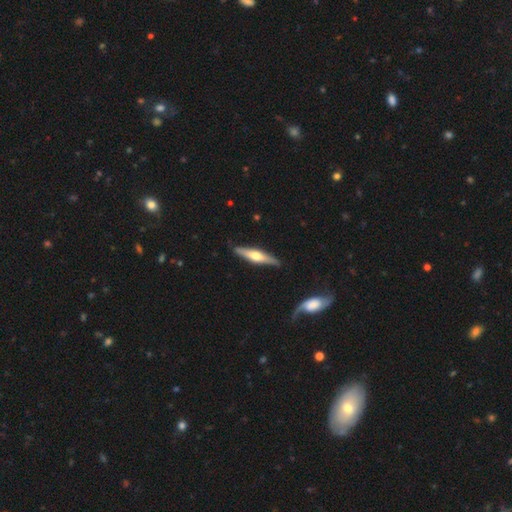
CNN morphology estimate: This appears to be a featured or disk galaxy (63%) viewed edge-on (94%) with a rounded central bulge (91%). Merging: none (86%).